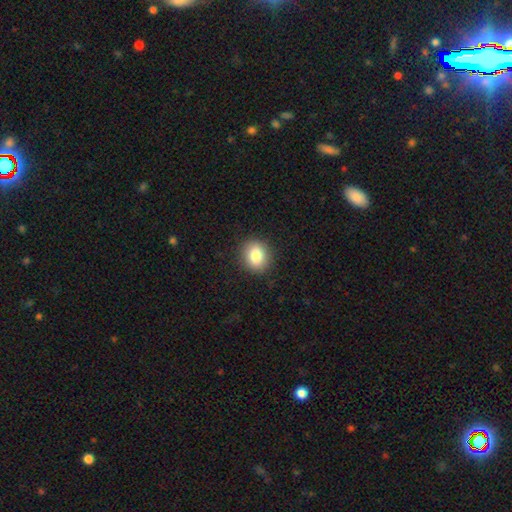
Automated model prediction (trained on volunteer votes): This appears to be a smooth galaxy with no disk features (84%) that is round (66%). Merging: none (89%).